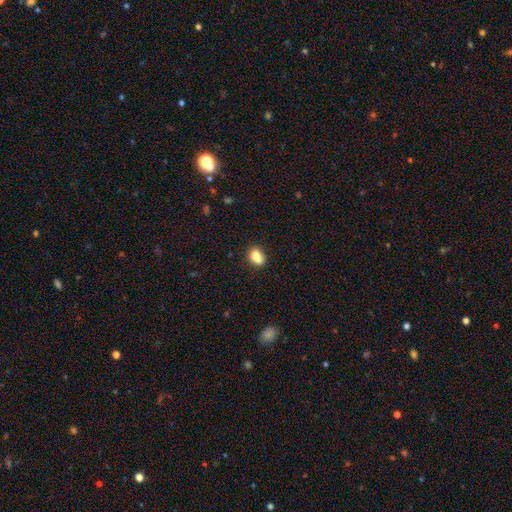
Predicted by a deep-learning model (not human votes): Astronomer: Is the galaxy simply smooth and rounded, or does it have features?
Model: smooth — 76%.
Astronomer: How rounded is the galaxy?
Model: in between — 62%.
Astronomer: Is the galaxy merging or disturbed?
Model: none — 47% (runner-up: merger, 30%).